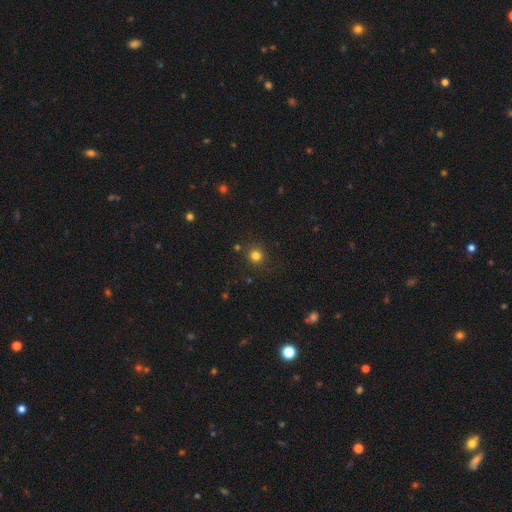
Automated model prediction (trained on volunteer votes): Smooth or featured? Predicted: smooth (p=0.79). How rounded? Predicted: round (p=0.92). Merging? Predicted: none (p=0.87).